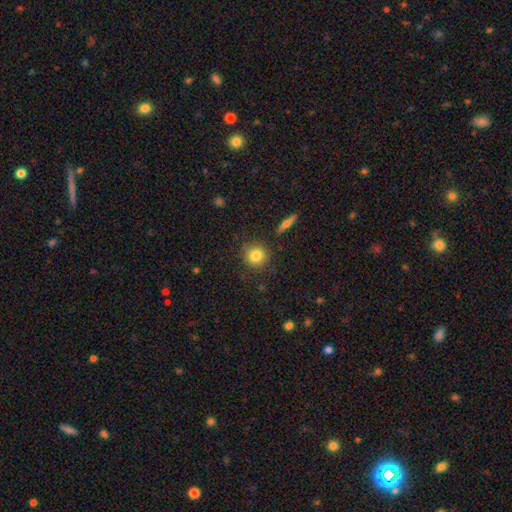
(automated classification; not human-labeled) A smooth galaxy with no disk features (82%) that is round (89%).

Vote fractions:
- Smooth or featured? smooth: 82% / star or artifact: 9% / featured or disk: 9%
- How rounded? round: 89% / in between: 10% / cigar-shaped: 1%
- Merging? none: 86% / minor disturbance: 9% / major disturbance: 3% / merger: 2%